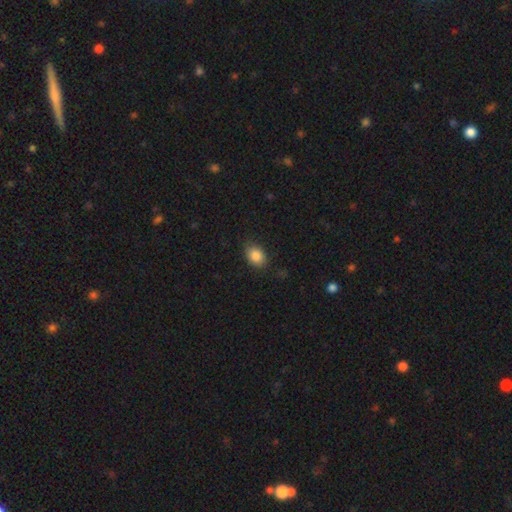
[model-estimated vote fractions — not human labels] Smooth or featured? smooth (86%)
How rounded? in between (69%)
Merging? none (83%)